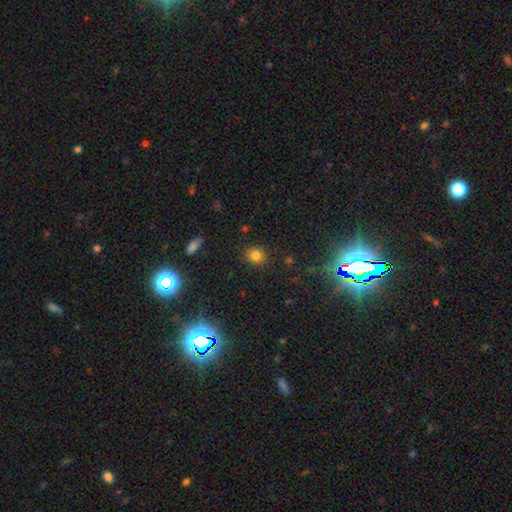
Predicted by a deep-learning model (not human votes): This appears to be a smooth galaxy with no disk features (81%) that is round (76%). Merging: none (88%).